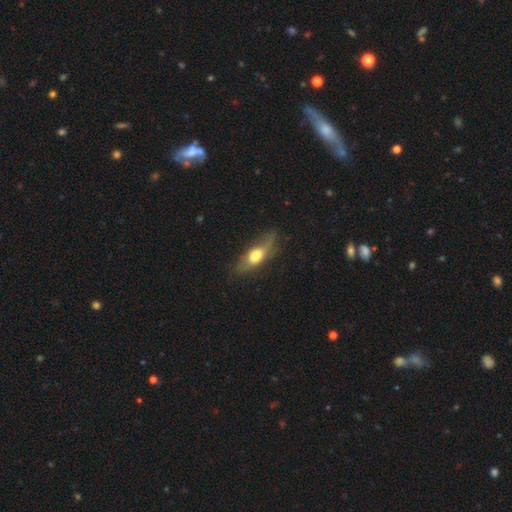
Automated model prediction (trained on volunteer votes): The model was most divided on "smooth or featured": smooth: 54%, featured or disk: 39%, star or artifact: 7%. More confident: how rounded — in between (61%); merging — none (60%).